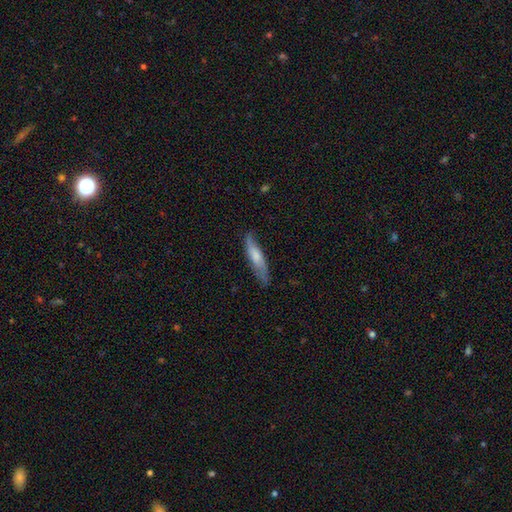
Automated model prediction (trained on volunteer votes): This appears to be a smooth galaxy with no disk features (60%) that is cigar-shaped (77%). Merging: none (75%).